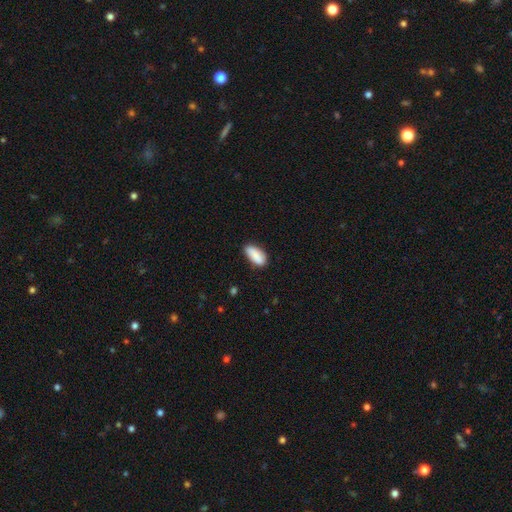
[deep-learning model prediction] This appears to be a smooth galaxy with no disk features (87%) that is in between round and cigar-shaped (87%). Merging: none (75%).